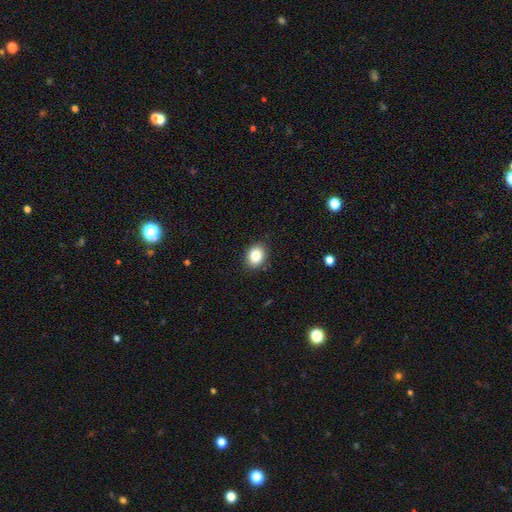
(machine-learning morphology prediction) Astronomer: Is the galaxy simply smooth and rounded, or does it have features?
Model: smooth — 83%.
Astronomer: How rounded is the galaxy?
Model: in between — 51% (runner-up: round, 48%).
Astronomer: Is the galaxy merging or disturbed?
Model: none — 89%.